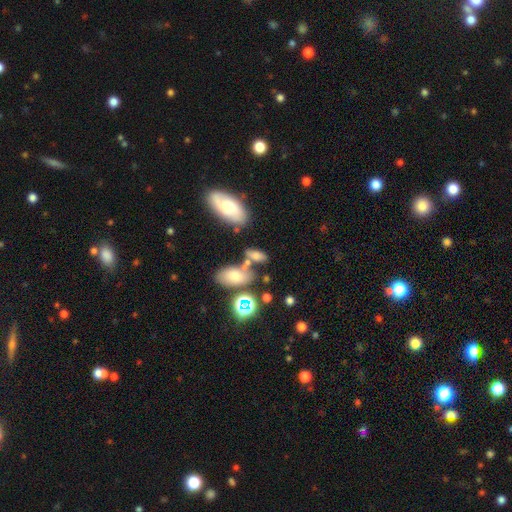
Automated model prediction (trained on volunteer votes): This is likely a smooth galaxy (69%). How rounded: likely in between (80%). Merging: possibly none (55%).